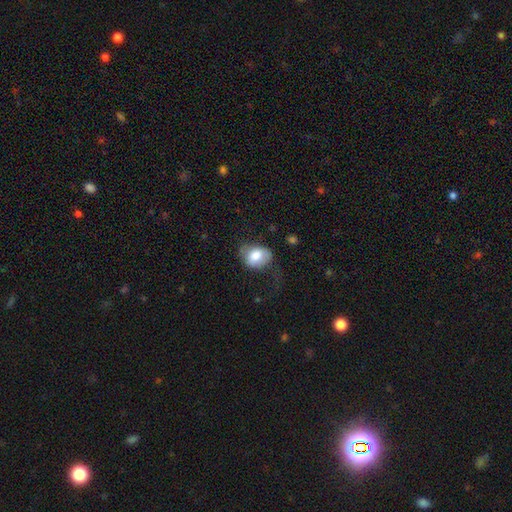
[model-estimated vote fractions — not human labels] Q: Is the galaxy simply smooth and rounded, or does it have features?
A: smooth — 74%.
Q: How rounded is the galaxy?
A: in between — 66%.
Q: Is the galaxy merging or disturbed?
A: none — 46%.